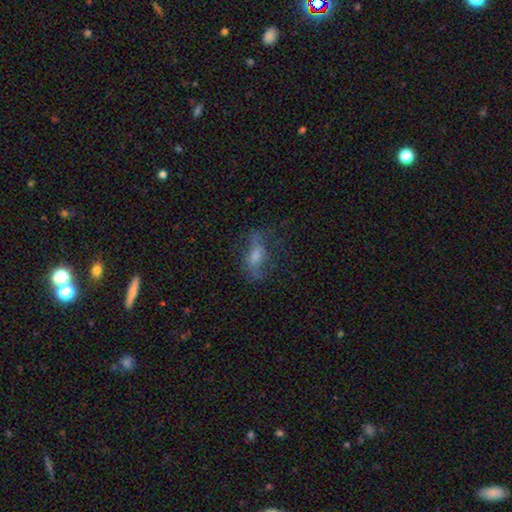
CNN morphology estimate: A featured or disk galaxy (42%). Merging: none (52%).